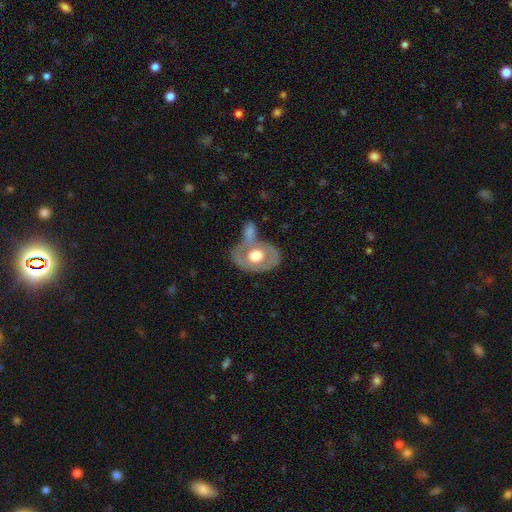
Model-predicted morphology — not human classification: featured or disk 55%, smooth 40%, star or artifact 5%. Down the decision tree: edge-on disk — no (93%); bar — no (87%); spiral arms — no (74%); bulge size — moderate (50%); merging — none (41%).